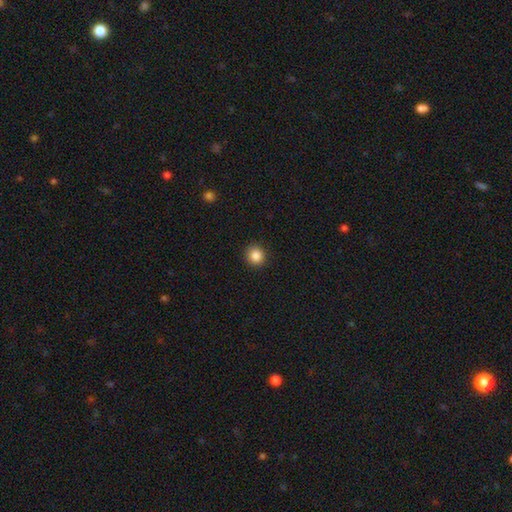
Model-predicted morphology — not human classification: type=smooth (86%); roundness=round (90%); merging=none (92%).